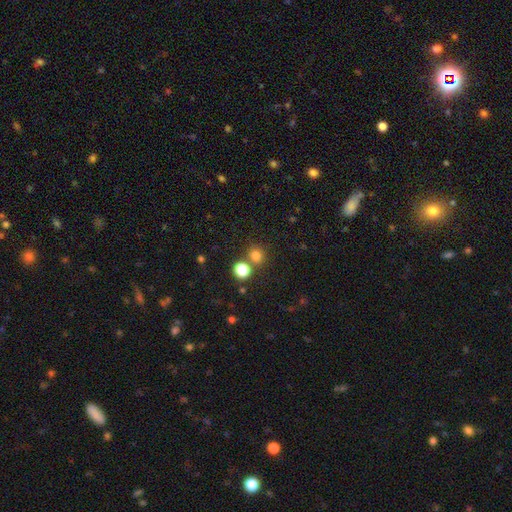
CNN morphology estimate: smooth 77%, star or artifact 17%, featured or disk 5%. Down the decision tree: how rounded — round (82%); merging — none (69%).